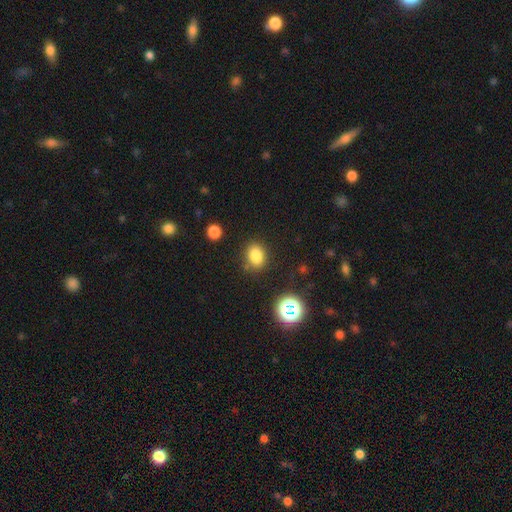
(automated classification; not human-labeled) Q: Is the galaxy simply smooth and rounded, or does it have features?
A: smooth — 80%.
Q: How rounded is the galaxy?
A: in between — 50%.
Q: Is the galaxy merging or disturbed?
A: none — 81%.